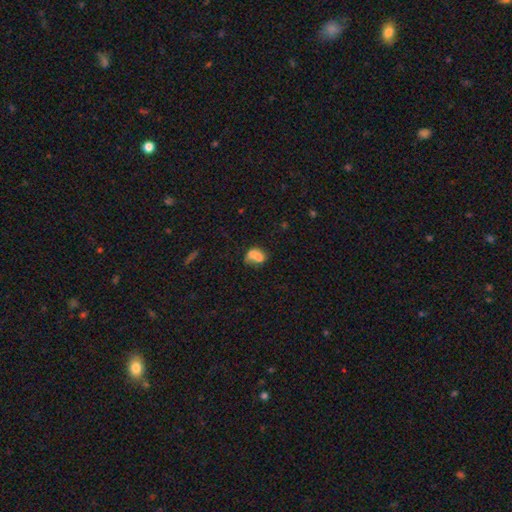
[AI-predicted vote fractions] This is likely a smooth galaxy (67%). How rounded: likely in between (63%). Merging: possibly merger (59%).